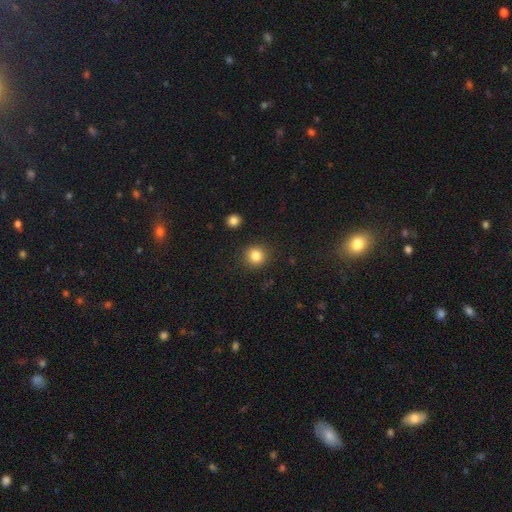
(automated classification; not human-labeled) This is clearly a smooth galaxy (83%). How rounded: clearly round (89%). Merging: clearly none (89%).